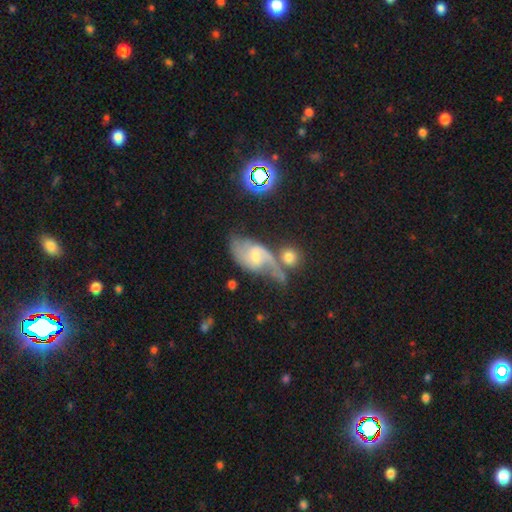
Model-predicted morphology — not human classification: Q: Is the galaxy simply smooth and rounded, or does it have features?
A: featured or disk — 75%.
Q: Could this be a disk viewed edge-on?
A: no — 96%.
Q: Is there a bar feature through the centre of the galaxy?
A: weak — 54%.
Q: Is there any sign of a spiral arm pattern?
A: yes — 92%.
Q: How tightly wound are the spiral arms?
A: loose — 48%.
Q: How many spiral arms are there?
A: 2 — 85%.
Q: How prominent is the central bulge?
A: small — 55%.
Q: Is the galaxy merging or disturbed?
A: none — 40%.